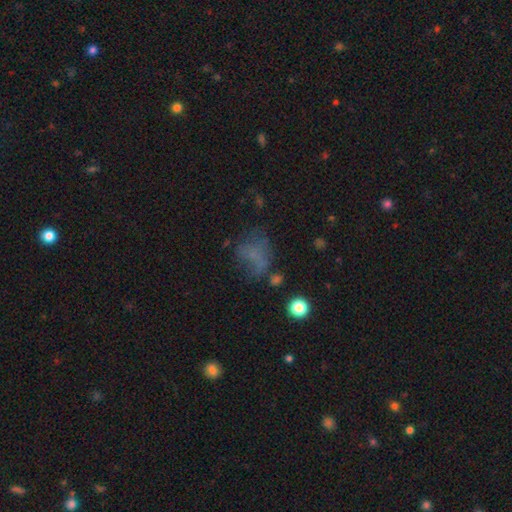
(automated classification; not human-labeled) Overall: smooth (49%; featured or disk 27%). Merging: none (43%; major disturbance 28%).